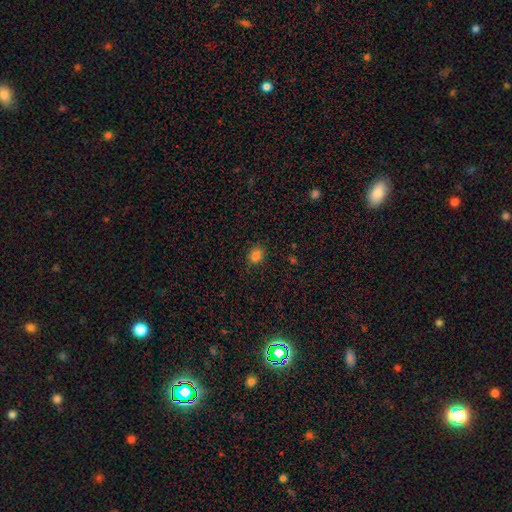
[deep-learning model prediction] Overall: smooth (83%). How rounded: round (59%; in between 40%). Merging: none (86%).